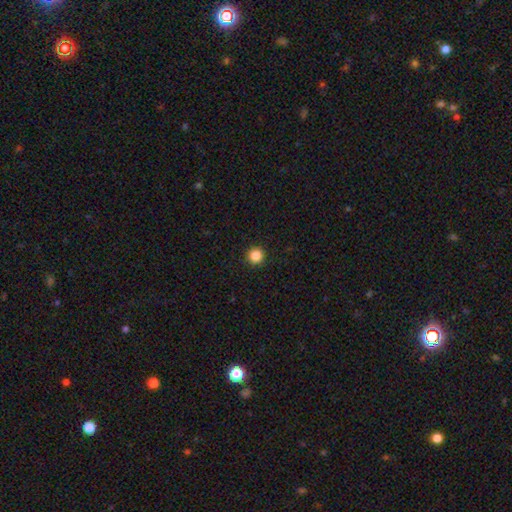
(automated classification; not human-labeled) Smooth or featured? Predicted: smooth (p=0.86). How rounded? Predicted: round (p=0.96). Merging? Predicted: none (p=0.93).